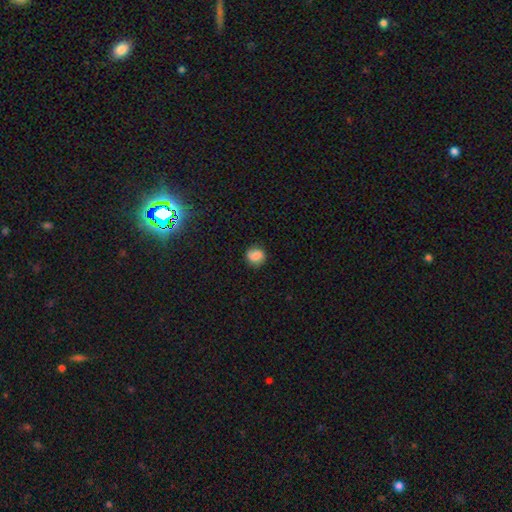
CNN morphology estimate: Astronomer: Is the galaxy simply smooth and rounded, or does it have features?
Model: smooth — 75%.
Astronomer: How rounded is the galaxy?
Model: round — 82%.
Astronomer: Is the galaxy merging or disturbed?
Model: none — 80%.